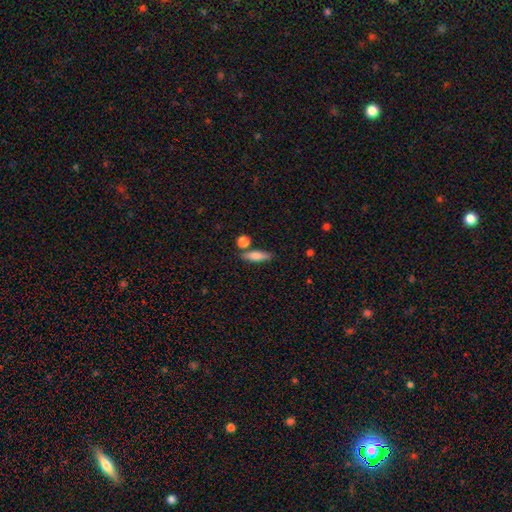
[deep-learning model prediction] smooth 77%, featured or disk 16%, star or artifact 7%. Down the decision tree: how rounded — cigar-shaped (57%); merging — none (75%).